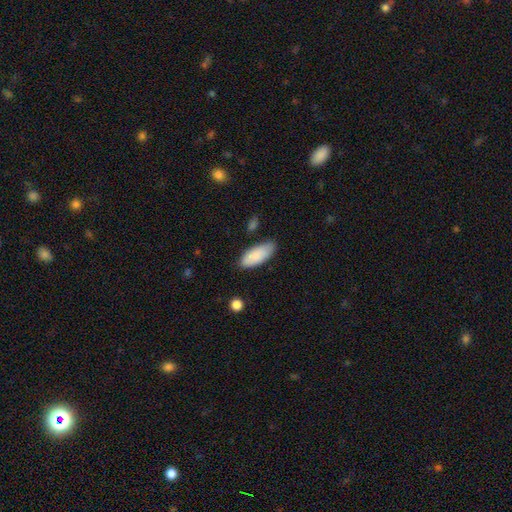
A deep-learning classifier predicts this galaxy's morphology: A smooth galaxy with no disk features (86%) that is in between round and cigar-shaped (84%). Merging: none (79%).